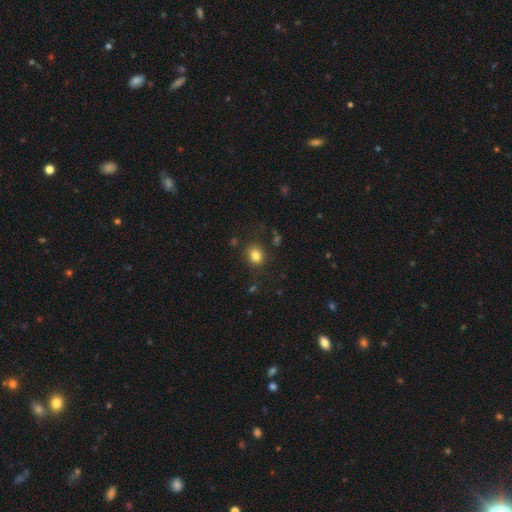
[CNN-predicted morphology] Smooth or featured? Predicted: smooth (p=0.81). How rounded? Predicted: round (p=0.64). Merging? Predicted: none (p=0.83).